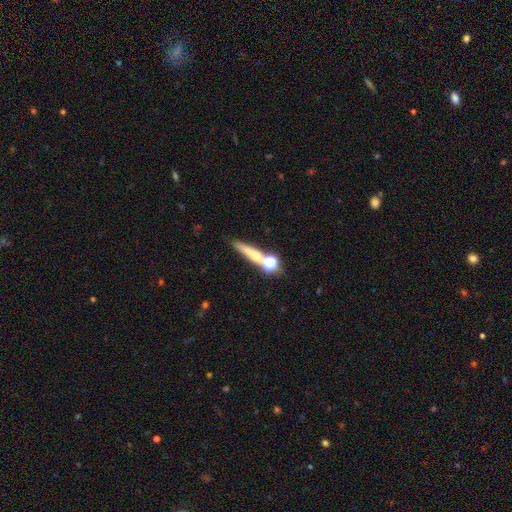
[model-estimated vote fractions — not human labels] The model was most divided on "smooth or featured": smooth: 52%, featured or disk: 32%, star or artifact: 15%. More confident: how rounded — cigar-shaped (64%); merging — none (59%).